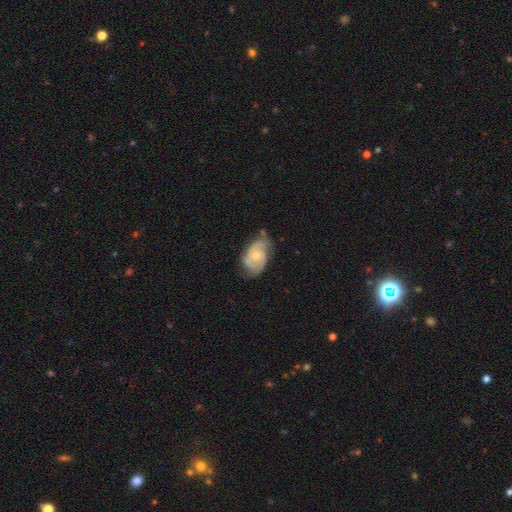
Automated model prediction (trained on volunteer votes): This is likely a featured or disk galaxy (75%). It is clearly not viewed edge-on (97%). Bar: likely no (68%). Spiral arm pattern: clearly yes (91%). Spiral arm count: likely 2 (66%). Spiral winding: marginally tight (44%). Central bulge: possibly small (49%). Merging: possibly none (55%).